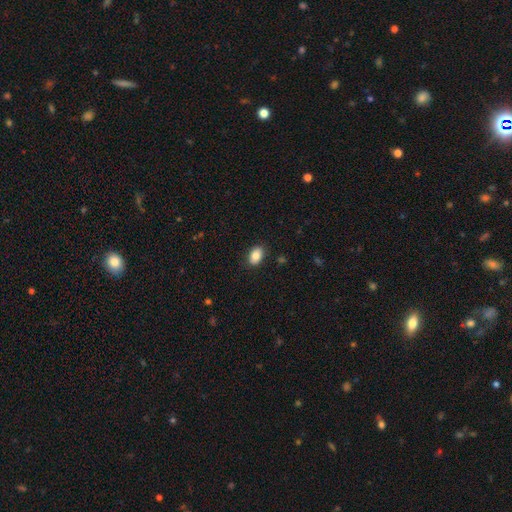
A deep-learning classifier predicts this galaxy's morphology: smooth 85%, star or artifact 8%, featured or disk 7%. Down the decision tree: how rounded — in between (85%); merging — none (87%).